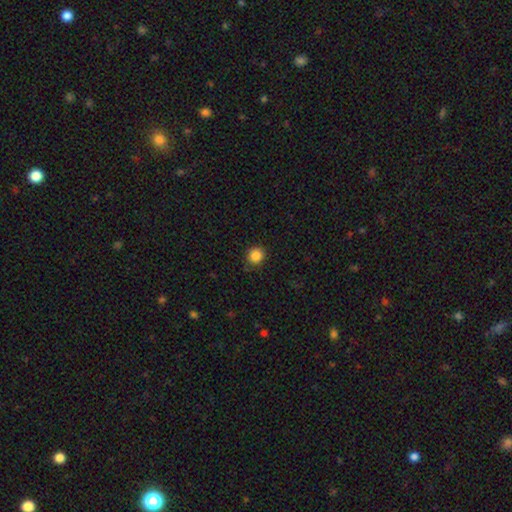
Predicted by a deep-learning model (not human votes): The model was most divided on "smooth or featured": smooth: 86%, star or artifact: 10%, featured or disk: 4%. More confident: how rounded — round (89%); merging — none (87%).